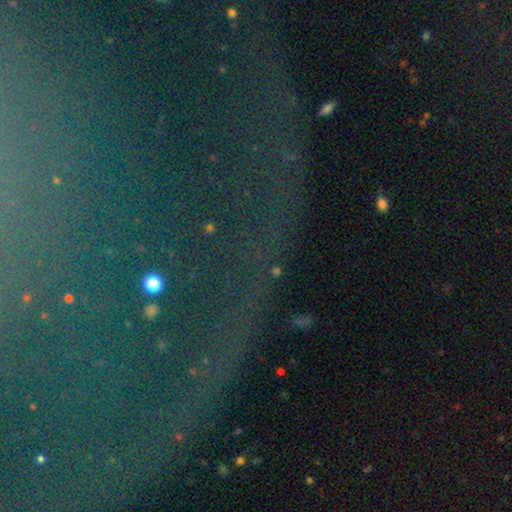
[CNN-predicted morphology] smooth_or_featured: star or artifact (p=0.75) [alt: featured or disk p=0.14]